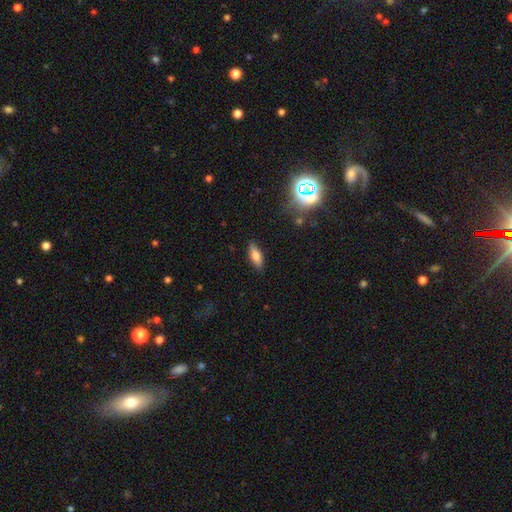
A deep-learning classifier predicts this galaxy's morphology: Smooth or featured? smooth (70%)
How rounded? in between (62%)
Merging? none (87%)